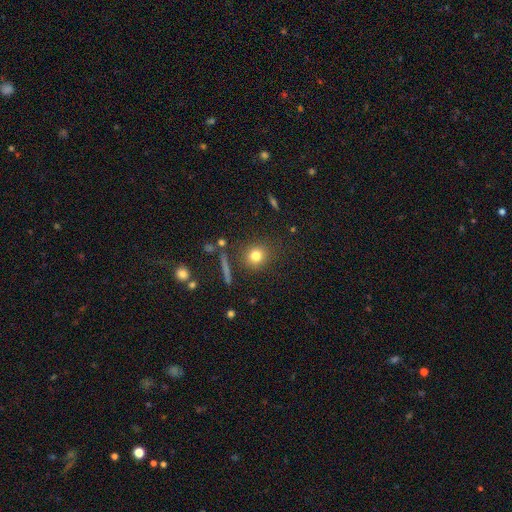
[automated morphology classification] A smooth galaxy with no disk features (79%) that is round (85%). Merging: none (84%).